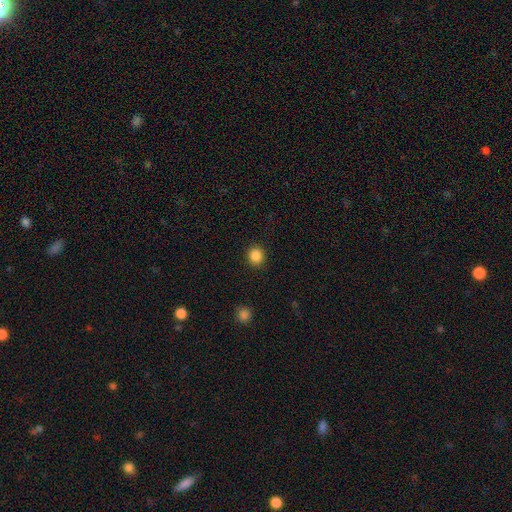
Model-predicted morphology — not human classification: Overall: smooth (86%). How rounded: round (88%). Merging: none (92%).